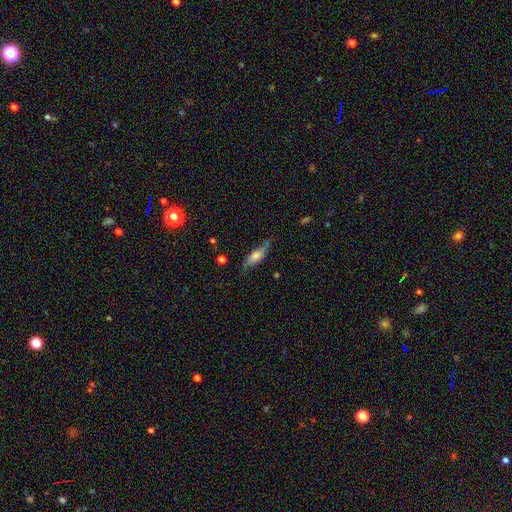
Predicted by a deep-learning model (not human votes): This appears to be a featured or disk galaxy (46%, tied with smooth). Merging: none (62%).